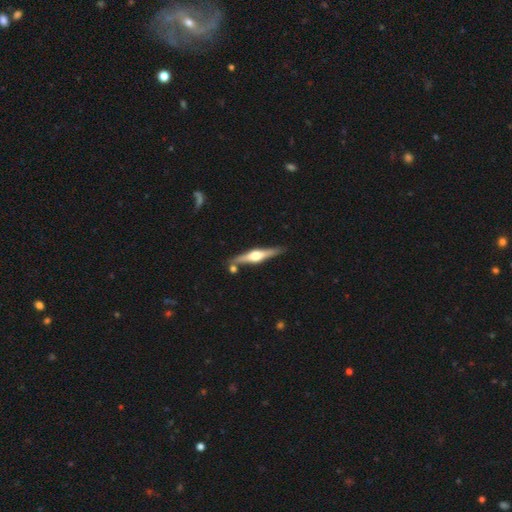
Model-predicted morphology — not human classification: featured or disk 74%, smooth 21%, star or artifact 5%. Down the decision tree: edge-on disk — yes (97%); edge-on bulge — rounded (94%); merging — none (82%).